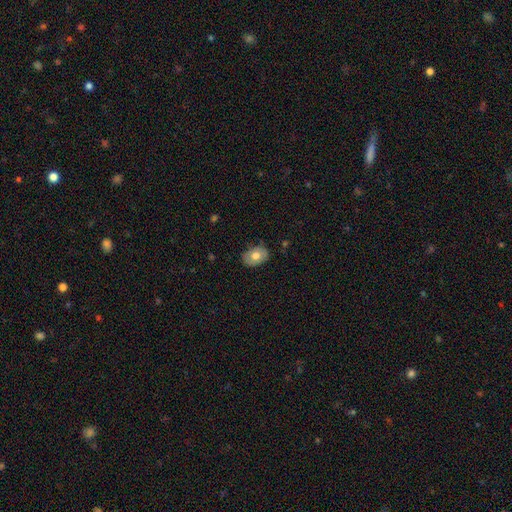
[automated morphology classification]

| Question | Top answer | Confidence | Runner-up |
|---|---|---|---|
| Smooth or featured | smooth | 72% | featured or disk (20%) |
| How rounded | in between | 76% | round (23%) |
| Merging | none | 79% | minor disturbance (17%) |